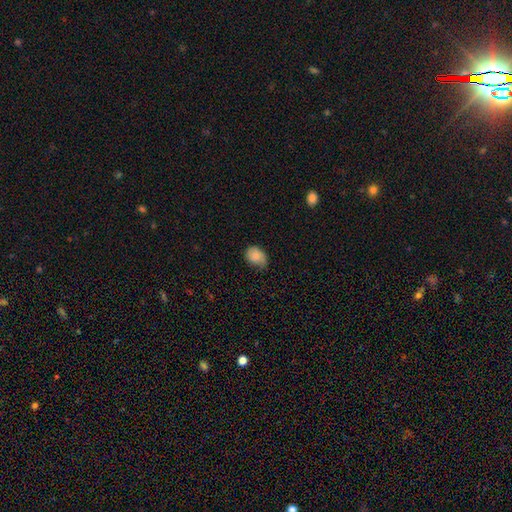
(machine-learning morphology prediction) A smooth galaxy with no disk features (82%) that is in between round and cigar-shaped (68%).

Vote fractions:
- Smooth or featured? smooth: 82% / featured or disk: 10% / star or artifact: 8%
- How rounded? in between: 68% / round: 31% / cigar-shaped: 1%
- Merging? none: 57% / minor disturbance: 34% / major disturbance: 8% / merger: 1%